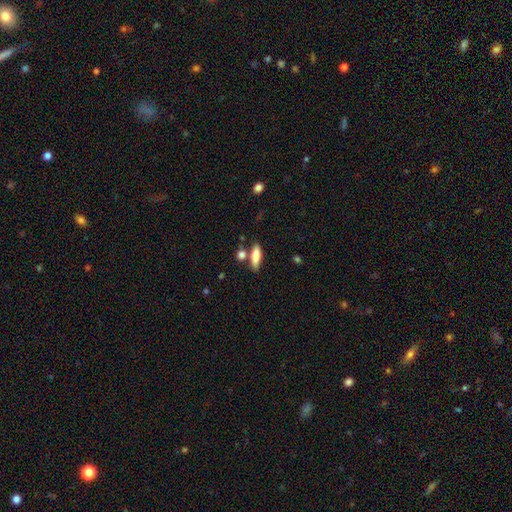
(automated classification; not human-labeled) A smooth galaxy with no disk features (81%) that is in between round and cigar-shaped (56%). Merging: none (70%).